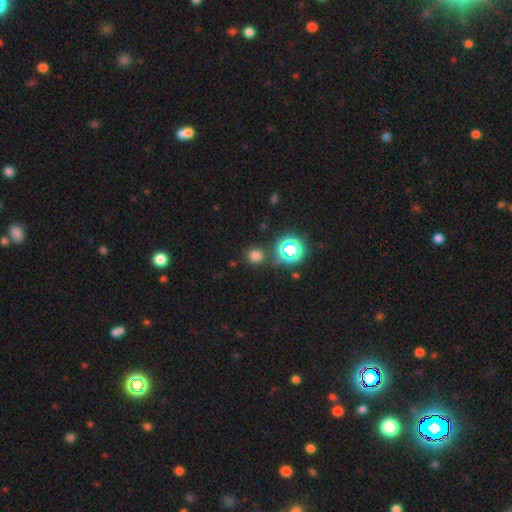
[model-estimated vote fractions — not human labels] smooth-or-featured: smooth: 67% | star or artifact: 28% | featured or disk: 5%
  how-rounded: round: 87% | in between: 12% | cigar-shaped: 1%
  merging: none: 82% | minor disturbance: 9% | merger: 5% | major disturbance: 4%